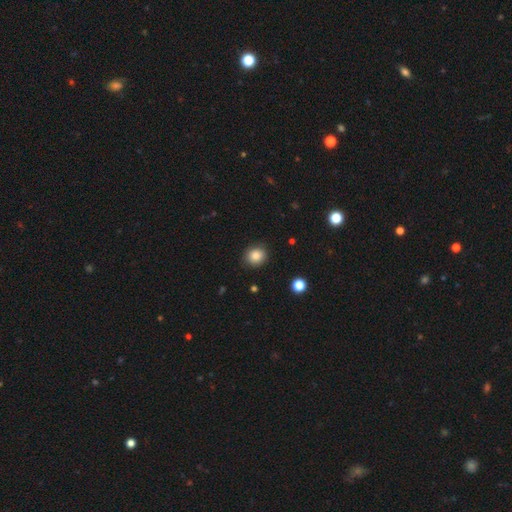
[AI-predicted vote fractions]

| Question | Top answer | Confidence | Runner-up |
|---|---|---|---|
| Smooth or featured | smooth | 85% | star or artifact (10%) |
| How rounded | round | 80% | in between (19%) |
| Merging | none | 88% | minor disturbance (9%) |